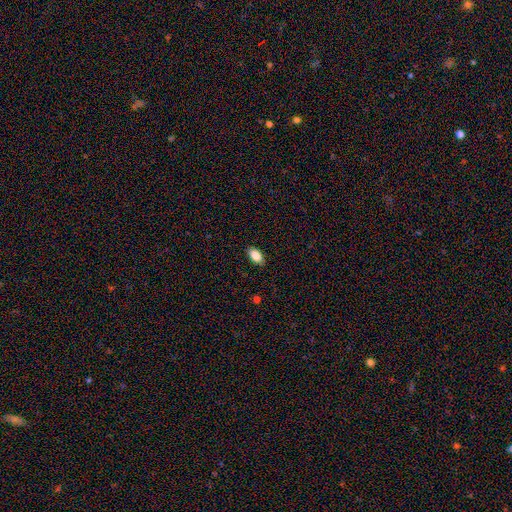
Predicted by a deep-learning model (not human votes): Smooth or featured? Predicted: smooth (p=0.87). How rounded? Predicted: in between (p=0.93). Merging? Predicted: none (p=0.88).